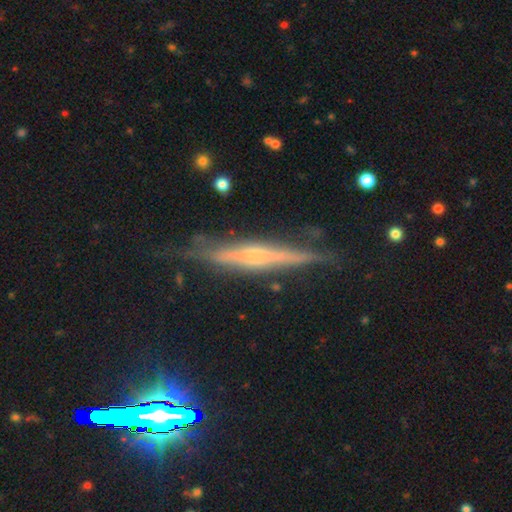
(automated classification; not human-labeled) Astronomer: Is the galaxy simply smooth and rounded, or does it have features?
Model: featured or disk — 72%.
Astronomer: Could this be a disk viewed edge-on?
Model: yes — 95%.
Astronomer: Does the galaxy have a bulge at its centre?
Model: rounded — 60%.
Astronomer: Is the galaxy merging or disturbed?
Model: none — 79%.